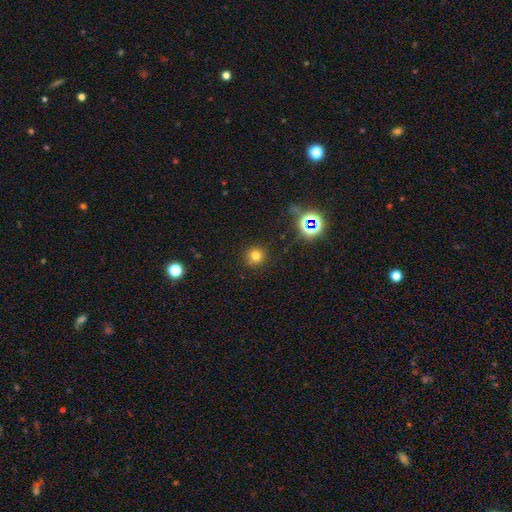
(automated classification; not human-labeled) Smooth or featured: smooth — 74% (star or artifact — 19%)
How rounded: round — 93% (in between — 6%)
Merging: none — 89% (minor disturbance — 7%)